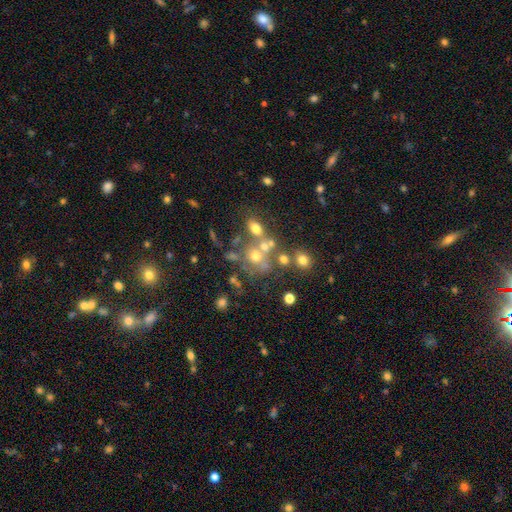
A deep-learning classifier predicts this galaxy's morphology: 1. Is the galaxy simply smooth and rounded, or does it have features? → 53% smooth, 28% featured or disk, 20% star or artifact.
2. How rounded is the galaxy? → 73% round, 26% in between, 1% cigar-shaped.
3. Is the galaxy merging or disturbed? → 43% none, 36% merger, 12% minor disturbance, 9% major disturbance.